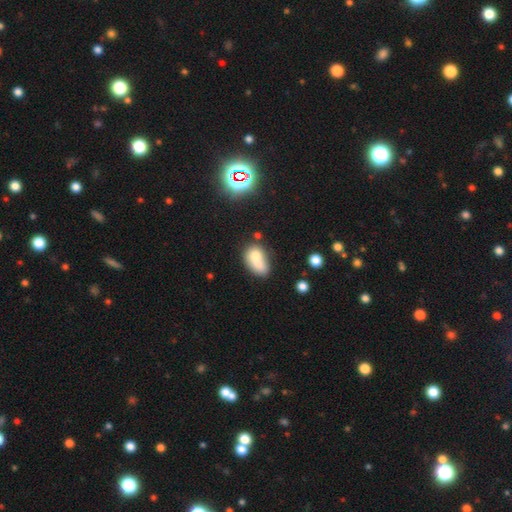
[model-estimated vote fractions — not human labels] A smooth galaxy with no disk features (70%) that is in between round and cigar-shaped (82%). Merging: merger (36%).